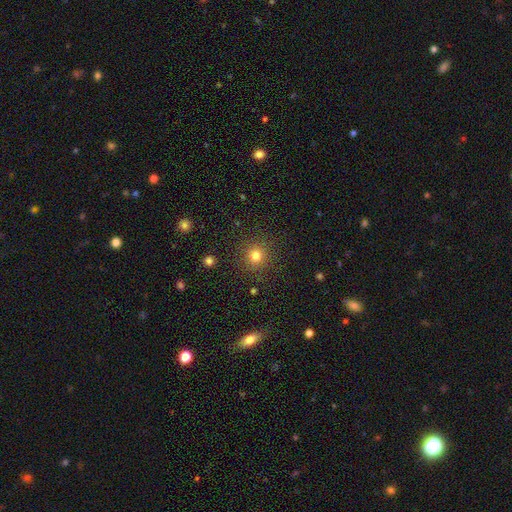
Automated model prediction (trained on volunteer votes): Morphology: type=smooth (79%); roundness=round (93%); merging=none (90%).